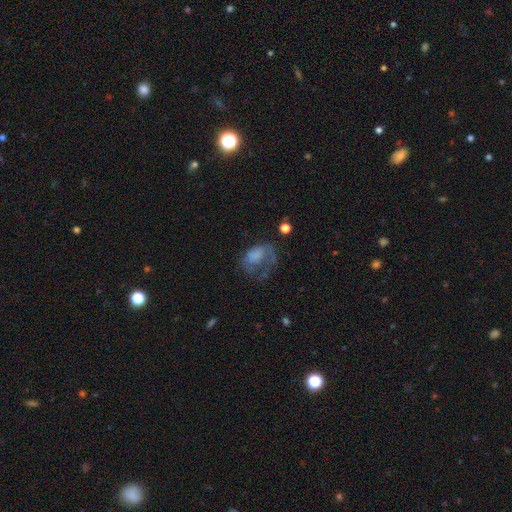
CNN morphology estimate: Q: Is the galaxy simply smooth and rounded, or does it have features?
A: smooth — 51%.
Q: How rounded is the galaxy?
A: in between — 74%.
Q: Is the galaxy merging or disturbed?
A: major disturbance — 51%.